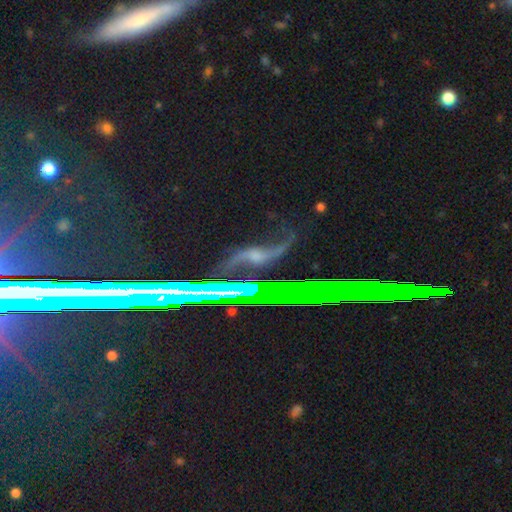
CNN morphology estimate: smooth_or_featured: featured or disk (p=0.67) [alt: star or artifact p=0.22]
disk_edge_on: no (p=0.82) [alt: yes p=0.18]
bar: no (p=0.50) [alt: weak p=0.32]
has_spiral_arms: yes (p=0.89) [alt: no p=0.11]
bulge_size: moderate (p=0.43) [alt: small p=0.38]
merging: none (p=0.58) [alt: minor disturbance p=0.19]